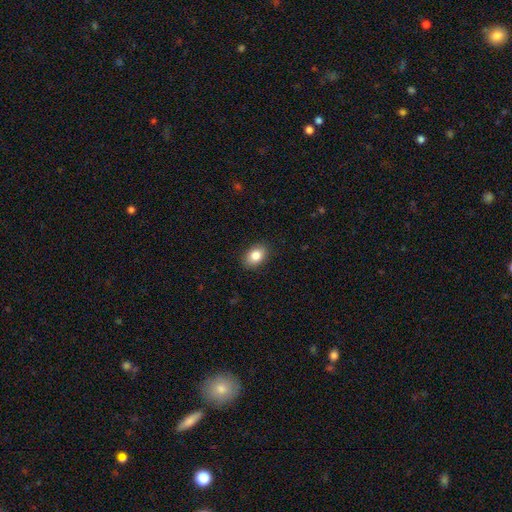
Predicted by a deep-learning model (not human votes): Smooth or featured? smooth (84%)
How rounded? in between (84%)
Merging? none (89%)